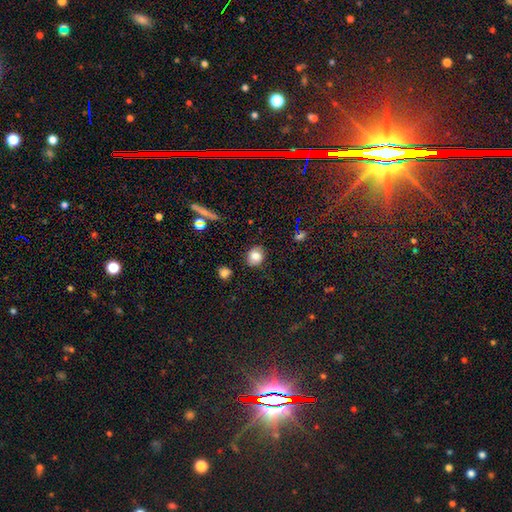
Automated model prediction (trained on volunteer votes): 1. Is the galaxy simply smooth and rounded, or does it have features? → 77% smooth, 12% star or artifact, 11% featured or disk.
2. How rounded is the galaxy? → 61% round, 37% in between, 1% cigar-shaped.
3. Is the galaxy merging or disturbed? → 78% none, 16% minor disturbance, 4% major disturbance, 2% merger.